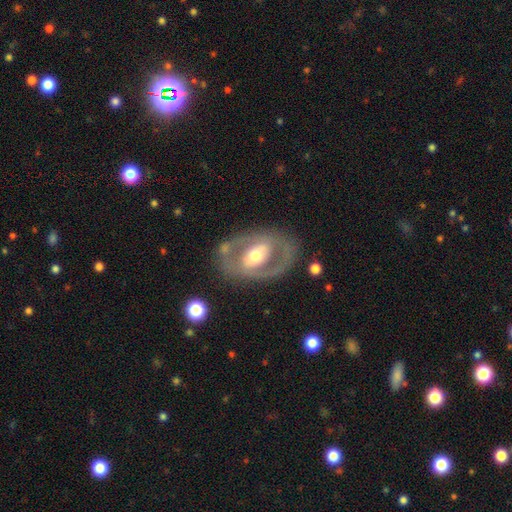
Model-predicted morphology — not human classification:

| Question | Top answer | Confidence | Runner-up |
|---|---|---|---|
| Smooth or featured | featured or disk | 71% | smooth (24%) |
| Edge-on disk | no | 93% | yes (7%) |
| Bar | no | 41% | weak (31%) |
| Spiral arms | no | 63% | yes (37%) |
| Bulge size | moderate | 66% | large (16%) |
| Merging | none | 73% | minor disturbance (15%) |